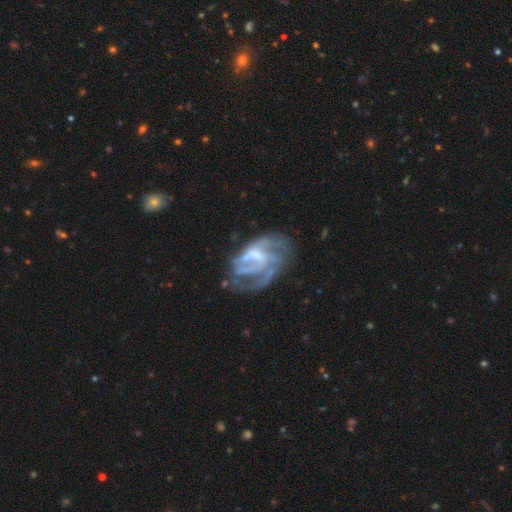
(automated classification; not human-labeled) smooth_or_featured: featured or disk (p=0.82) [alt: smooth p=0.10]
disk_edge_on: no (p=0.97) [alt: yes p=0.03]
bar: weak (p=0.48) [alt: no p=0.34]
has_spiral_arms: yes (p=0.86) [alt: no p=0.14]
spiral_winding: medium (p=0.44) [alt: tight p=0.35]
spiral_arm_count: can't tell (p=0.31) [alt: 3 p=0.26]
bulge_size: small (p=0.35) [alt: moderate p=0.30]
merging: none (p=0.44) [alt: major disturbance p=0.30]